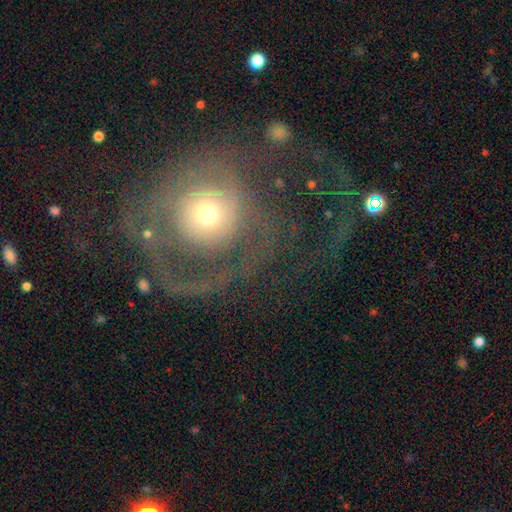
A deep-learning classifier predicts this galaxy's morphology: Smooth or featured? featured or disk (62%)
Edge-on disk? no (96%)
Bar? no (86%)
Spiral arms? yes (50%, tied with no)
Bulge size? moderate (52%)
Merging? major disturbance (52%)